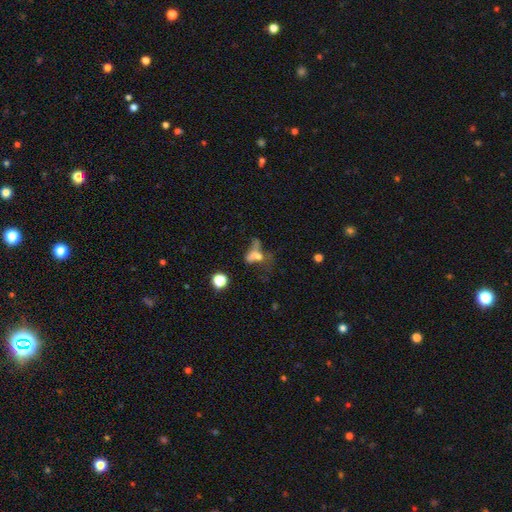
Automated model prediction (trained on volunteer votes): This appears to be a smooth galaxy with no disk features (46%). Merging: major disturbance (33%).